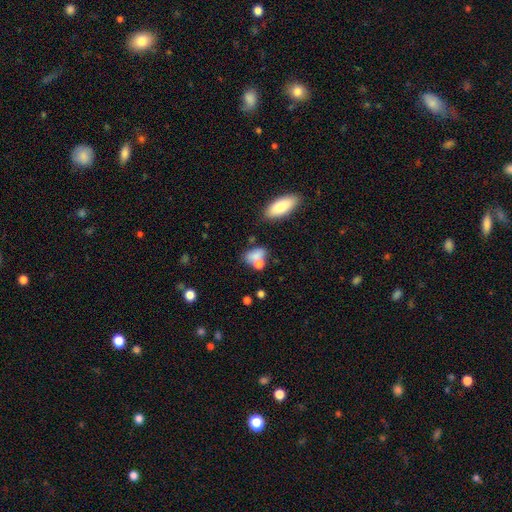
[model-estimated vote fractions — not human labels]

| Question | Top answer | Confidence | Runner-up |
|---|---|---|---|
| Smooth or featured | smooth | 74% | featured or disk (15%) |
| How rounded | in between | 75% | round (21%) |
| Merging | none | 40% | merger (34%) |